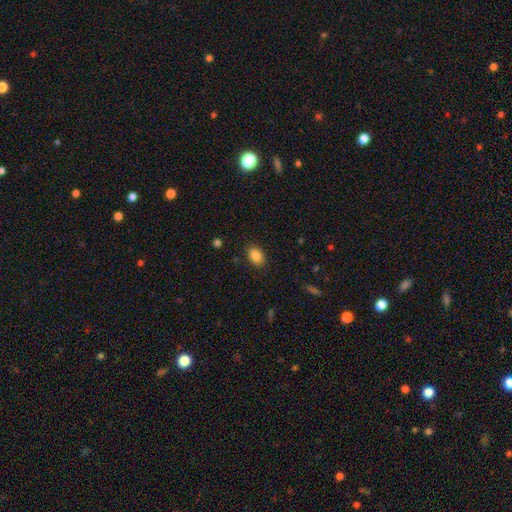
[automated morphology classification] This is clearly a smooth galaxy (87%). How rounded: clearly in between (81%). Merging: clearly none (86%).